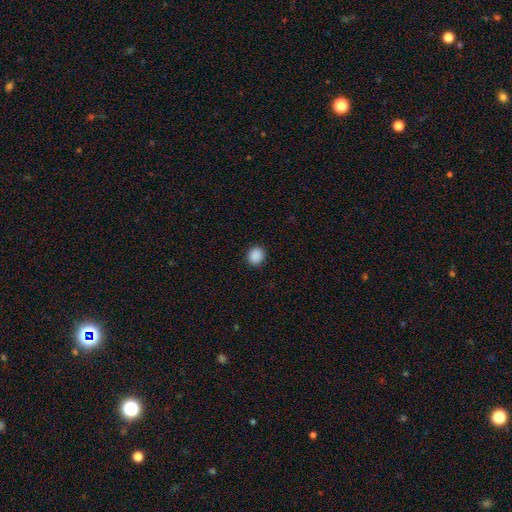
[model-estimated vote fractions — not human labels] Smooth or featured?
  - smooth: 89% *
  - star or artifact: 9%
  - featured or disk: 2%
How rounded?
  - round: 78% *
  - in between: 21%
  - cigar-shaped: 1%
Merging?
  - none: 92% *
  - minor disturbance: 6%
  - major disturbance: 2%
  - merger: 1%